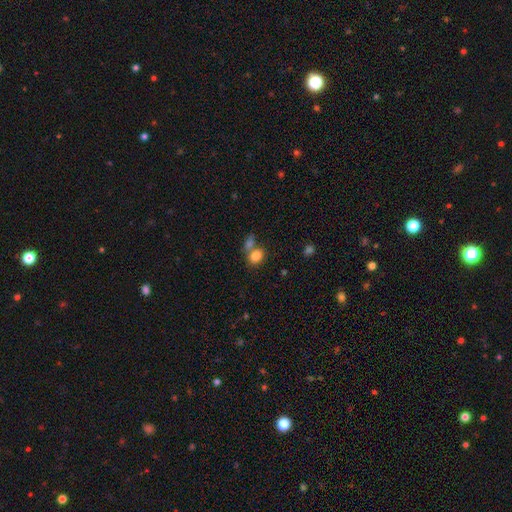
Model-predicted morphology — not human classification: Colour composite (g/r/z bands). It shows a smooth galaxy with no disk features (83%) that is in between round and cigar-shaped (56%). Merging: none (44%).